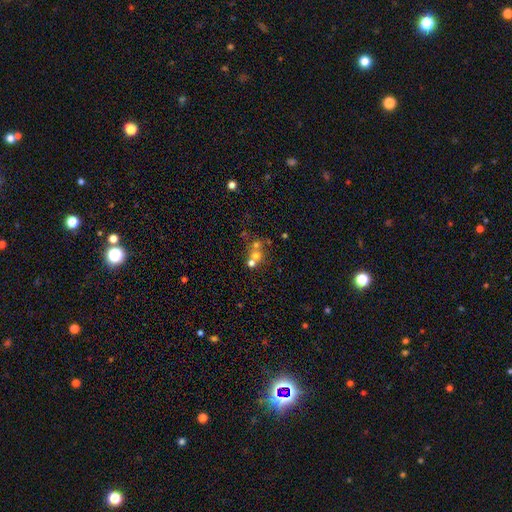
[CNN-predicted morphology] This appears to be a smooth galaxy with no disk features (52%) that is round (81%). Merging: merger (51%).